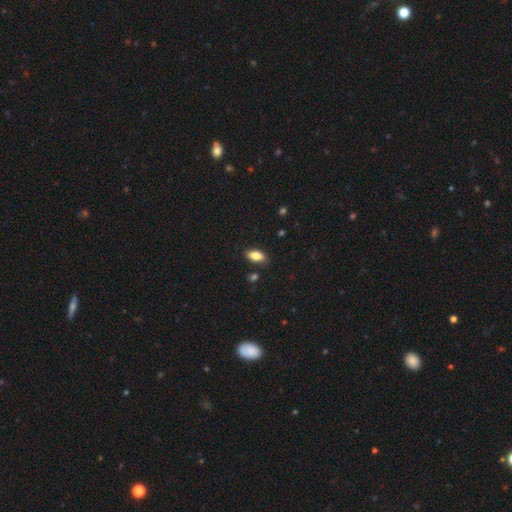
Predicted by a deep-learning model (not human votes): Smooth or featured?
  - smooth: 83% *
  - featured or disk: 9%
  - star or artifact: 8%
How rounded?
  - in between: 89% *
  - cigar-shaped: 8%
  - round: 3%
Merging?
  - none: 83% *
  - minor disturbance: 12%
  - merger: 2%
  - major disturbance: 2%